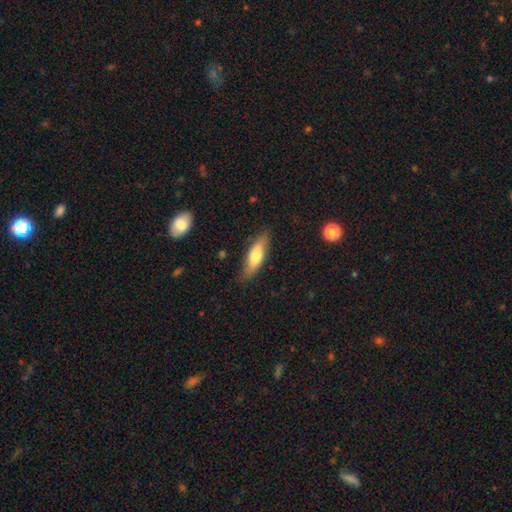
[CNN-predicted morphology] The model was most divided on "how rounded": in between: 50%, cigar-shaped: 48%, round: 2%. More confident: merging — none (82%); smooth or featured — smooth (67%).